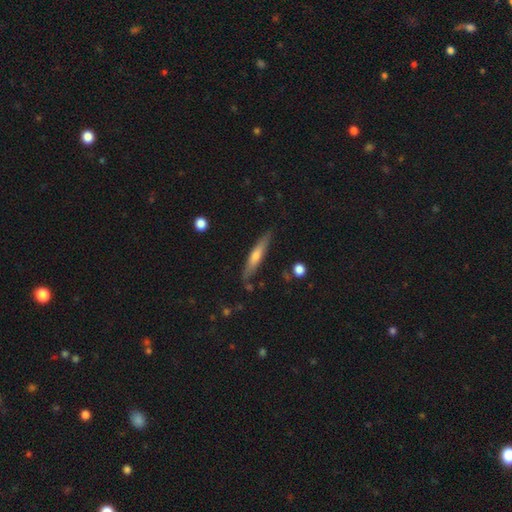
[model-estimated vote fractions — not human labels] This appears to be a featured or disk galaxy (49%). Merging: none (85%).